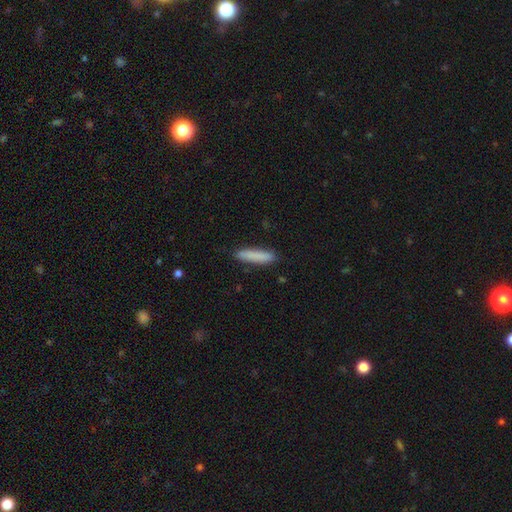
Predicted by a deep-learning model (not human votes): Smooth or featured: smooth — 85% (featured or disk — 8%)
How rounded: cigar-shaped — 87% (in between — 12%)
Merging: none — 88% (minor disturbance — 9%)